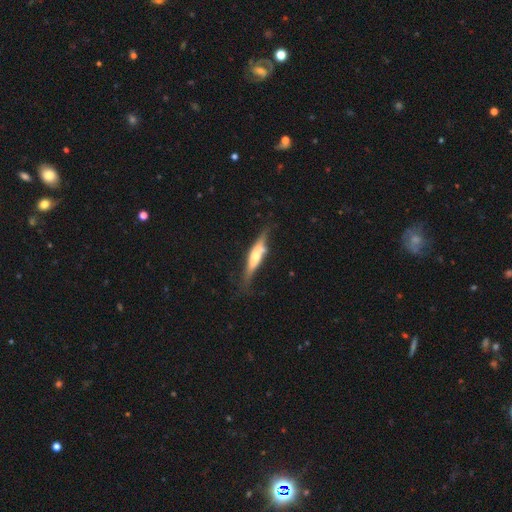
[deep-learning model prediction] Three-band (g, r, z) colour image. It shows a featured or disk galaxy (61%) viewed edge-on (83%) with a rounded central bulge (84%). Merging: none (58%).